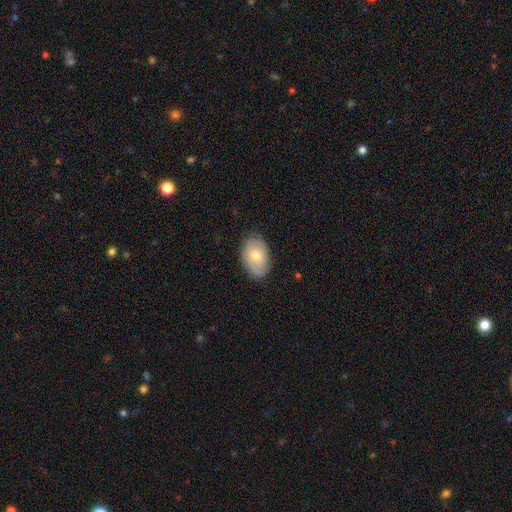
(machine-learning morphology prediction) This appears to be a smooth galaxy with no disk features (64%) that is in between round and cigar-shaped (87%). Merging: none (79%).